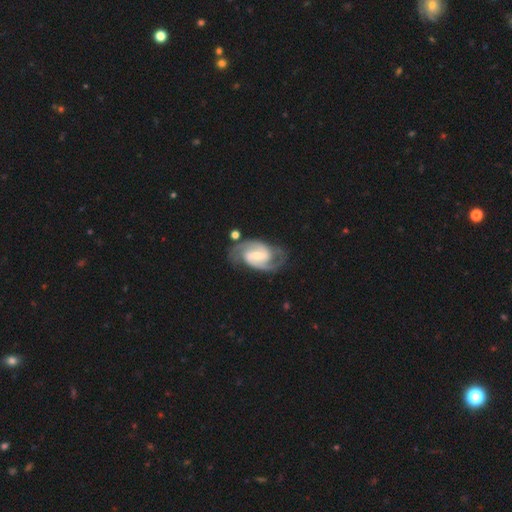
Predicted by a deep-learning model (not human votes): Overall: featured or disk (89%). Edge-on disk: no (97%). Bar: weak (49%; strong 36%). Spiral arms: yes (97%). Spiral arm count: 2 (88%). Spiral winding: medium (56%; tight 31%). Bulge size: small (50%; moderate 42%). Merging: none (74%).